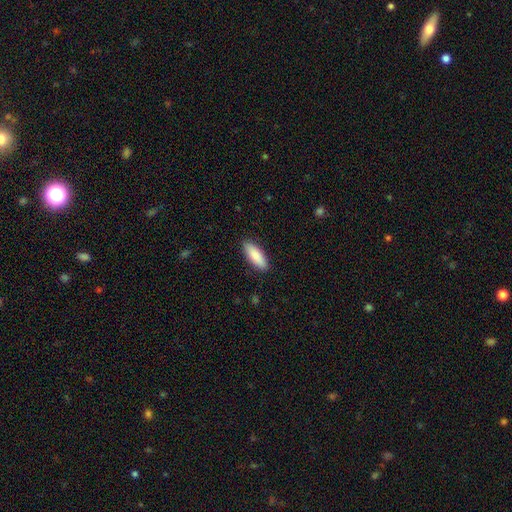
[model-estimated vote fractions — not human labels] This appears to be a smooth galaxy with no disk features (87%) that is in between round and cigar-shaped (60%). Merging: none (89%).